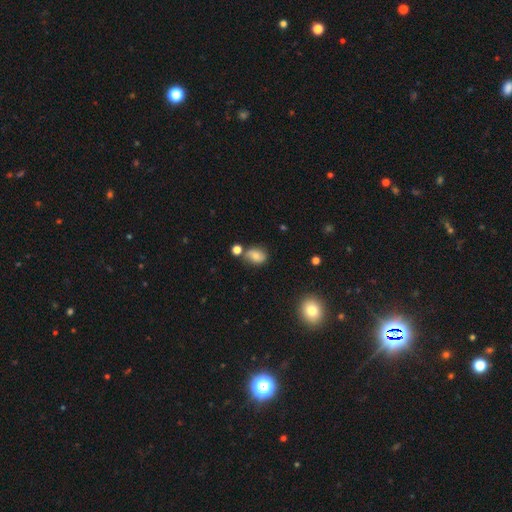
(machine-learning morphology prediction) Smooth or featured? Predicted: smooth (p=0.71). How rounded? Predicted: in between (p=0.67). Merging? Predicted: none (p=0.63).